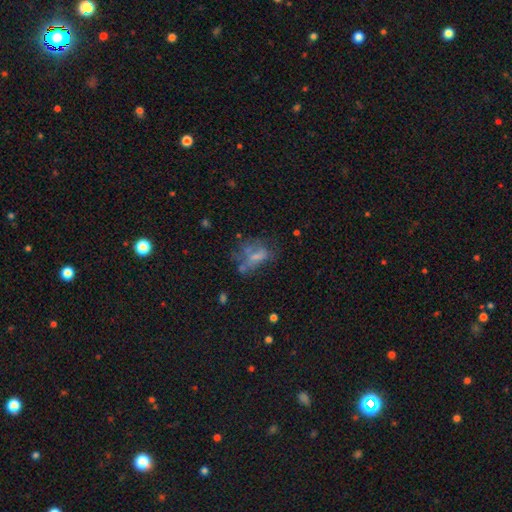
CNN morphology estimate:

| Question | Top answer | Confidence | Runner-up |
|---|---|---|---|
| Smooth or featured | smooth | 43% | featured or disk (41%) |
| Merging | major disturbance | 33% | none (32%) |